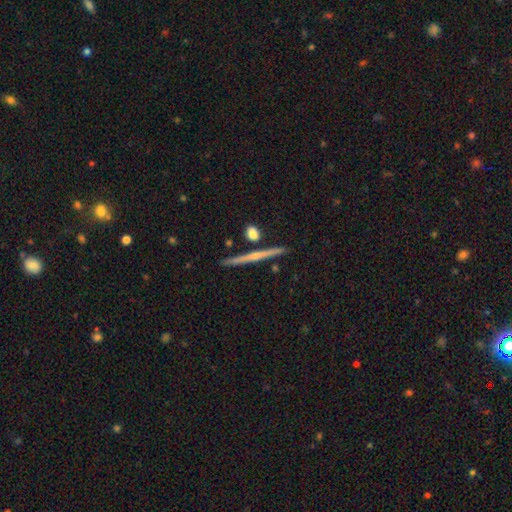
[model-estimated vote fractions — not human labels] This appears to be a featured or disk galaxy (54%) viewed edge-on (91%). Merging: none (83%).